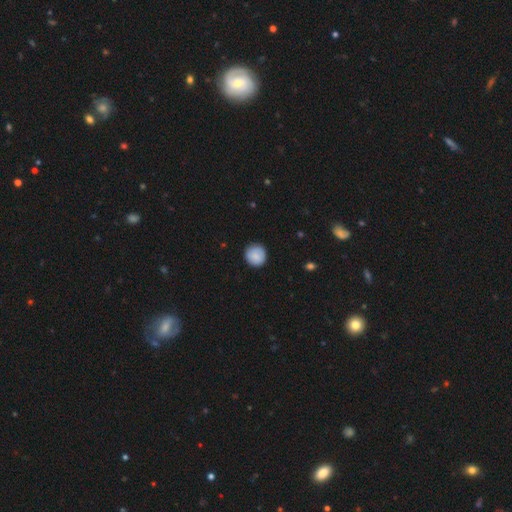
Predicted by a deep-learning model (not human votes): A smooth galaxy with no disk features (85%) that is round (92%). Merging: none (86%).